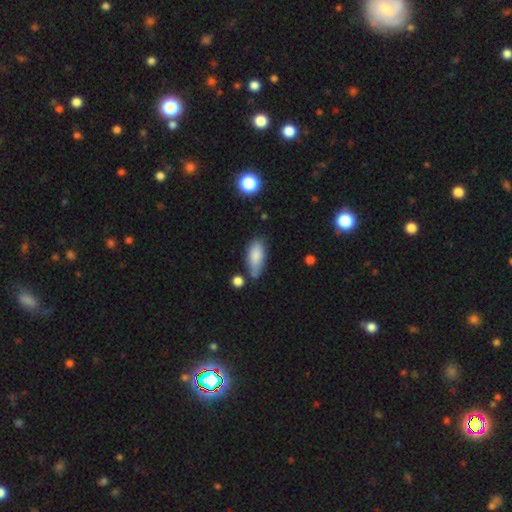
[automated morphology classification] Smooth or featured: smooth — 83% (featured or disk — 10%)
How rounded: in between — 82% (cigar-shaped — 16%)
Merging: none — 58% (minor disturbance — 27%)